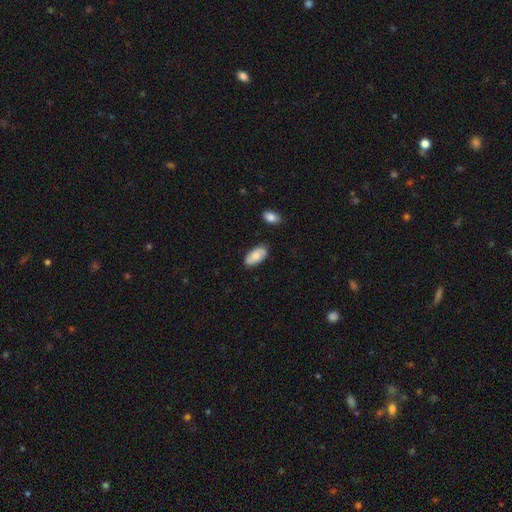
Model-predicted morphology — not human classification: type=smooth (70%); roundness=in between (94%); merging=none (81%).